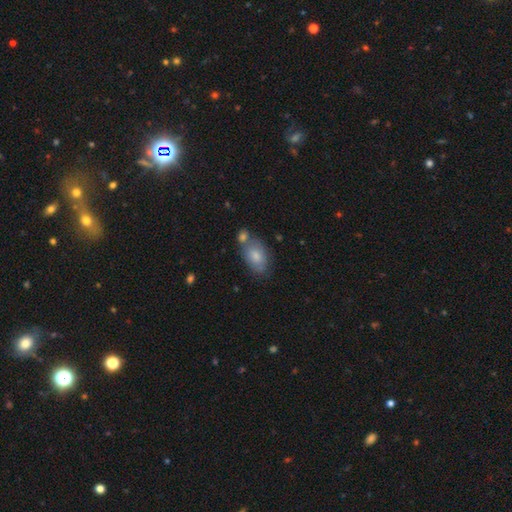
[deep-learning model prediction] Smooth or featured: smooth — 78% (featured or disk — 15%)
How rounded: in between — 90% (round — 8%)
Merging: none — 56% (merger — 22%)